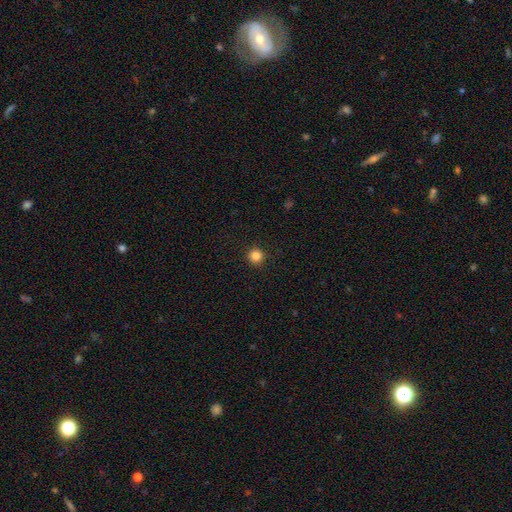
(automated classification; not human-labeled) A smooth galaxy with no disk features (85%) that is round (95%). Merging: none (93%).